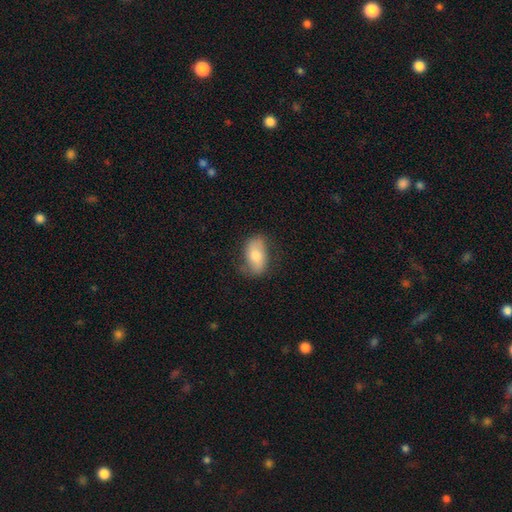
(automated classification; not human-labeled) A smooth galaxy with no disk features (62%) that is in between round and cigar-shaped (90%).

Vote fractions:
- Smooth or featured? smooth: 62% / featured or disk: 31% / star or artifact: 7%
- How rounded? in between: 90% / round: 8% / cigar-shaped: 2%
- Merging? none: 70% / minor disturbance: 22% / major disturbance: 7% / merger: 1%